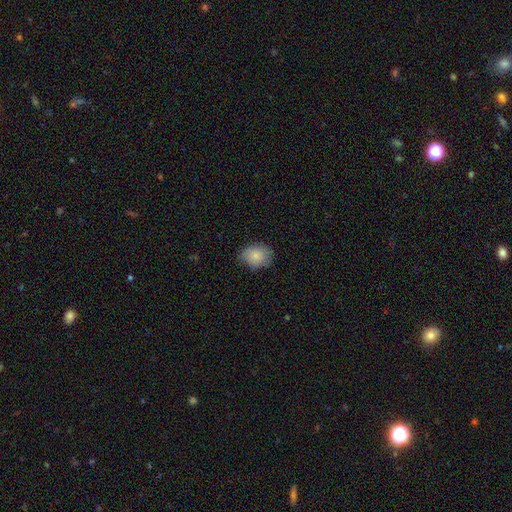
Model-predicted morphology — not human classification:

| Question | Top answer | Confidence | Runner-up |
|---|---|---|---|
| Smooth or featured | smooth | 85% | featured or disk (8%) |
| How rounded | in between | 57% | round (42%) |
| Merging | none | 70% | minor disturbance (24%) |